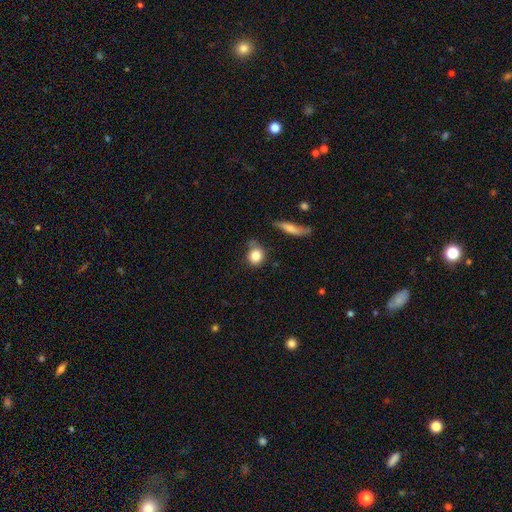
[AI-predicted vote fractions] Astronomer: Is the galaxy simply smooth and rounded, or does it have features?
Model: smooth — 84%.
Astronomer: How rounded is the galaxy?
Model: round — 76%.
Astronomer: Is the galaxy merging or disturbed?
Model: none — 59%.